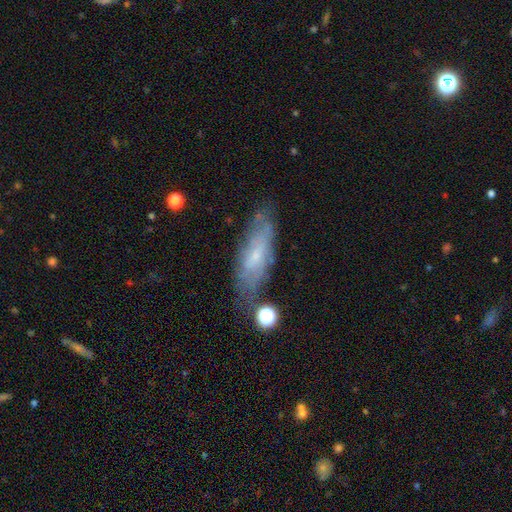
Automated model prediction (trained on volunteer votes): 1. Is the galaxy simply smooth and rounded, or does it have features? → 50% featured or disk, 41% smooth, 8% star or artifact.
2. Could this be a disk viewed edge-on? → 70% no, 30% yes.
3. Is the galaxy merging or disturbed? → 64% none, 23% minor disturbance, 9% major disturbance, 4% merger.